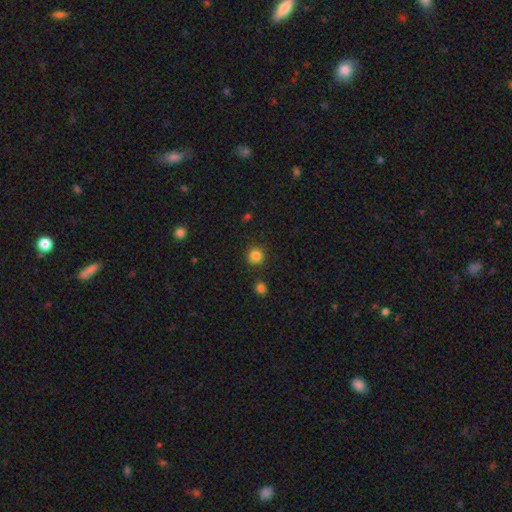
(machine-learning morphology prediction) Overall: smooth (84%). How rounded: round (93%). Merging: none (89%).